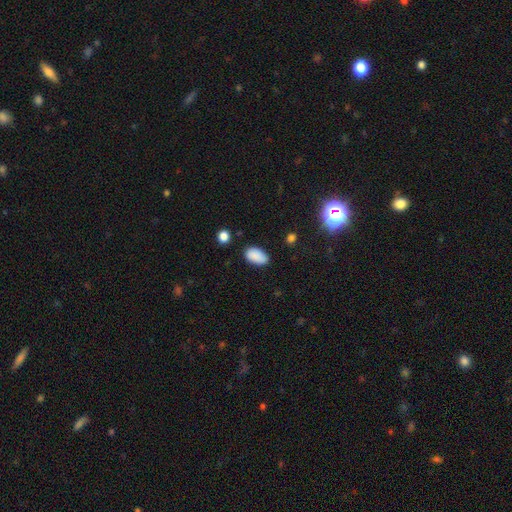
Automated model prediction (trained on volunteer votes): smooth 88%, star or artifact 8%, featured or disk 4%. Down the decision tree: how rounded — in between (94%); merging — none (79%).